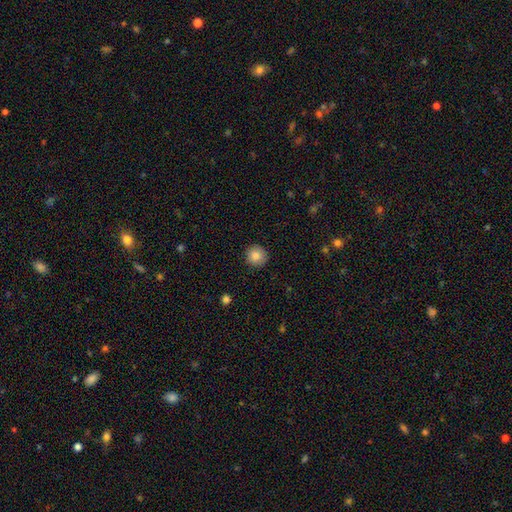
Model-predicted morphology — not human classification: The model was most divided on "smooth or featured": smooth: 85%, star or artifact: 9%, featured or disk: 7%. More confident: how rounded — round (95%); merging — none (91%).